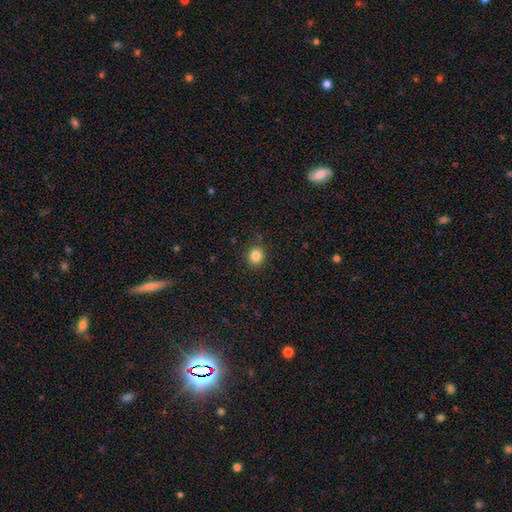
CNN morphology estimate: smooth 84%, star or artifact 12%, featured or disk 5%. Down the decision tree: how rounded — round (87%); merging — none (86%).